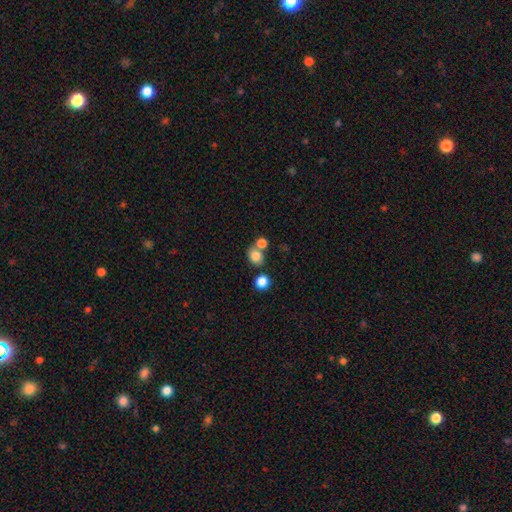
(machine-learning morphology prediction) The model was most divided on "how rounded": round: 59%, in between: 40%, cigar-shaped: 1%. More confident: smooth or featured — smooth (79%); merging — none (54%).